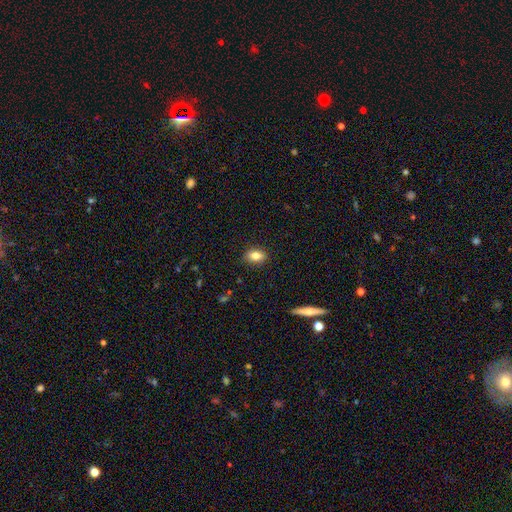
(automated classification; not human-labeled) Overall: smooth (82%). How rounded: in between (81%). Merging: none (87%).